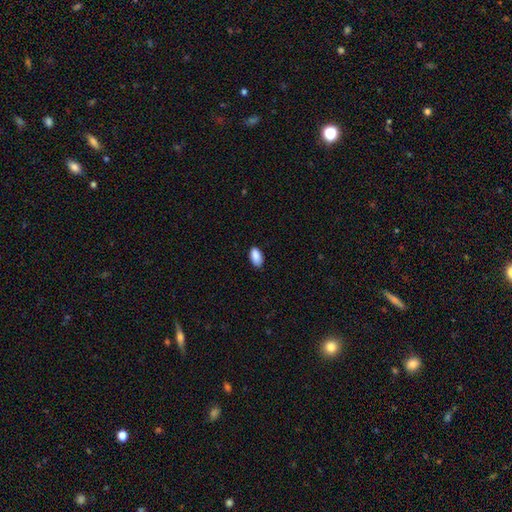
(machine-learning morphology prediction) A smooth galaxy with no disk features (90%) that is in between round and cigar-shaped (94%). Merging: none (83%).